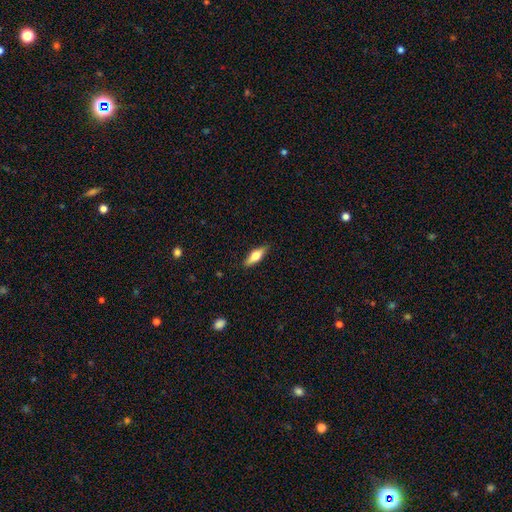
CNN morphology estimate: A smooth galaxy with no disk features (49%).

Vote fractions:
- Smooth or featured? smooth: 49% / featured or disk: 45% / star or artifact: 6%
- Merging? none: 88% / minor disturbance: 9% / major disturbance: 2% / merger: 1%